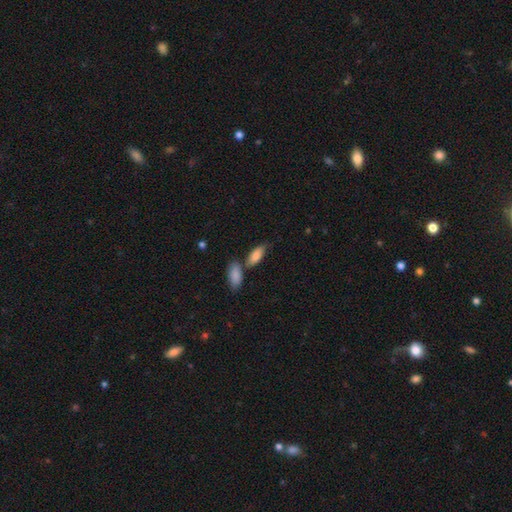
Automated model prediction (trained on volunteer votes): smooth 85%, featured or disk 9%, star or artifact 6%. Down the decision tree: how rounded — in between (82%); merging — none (53%).